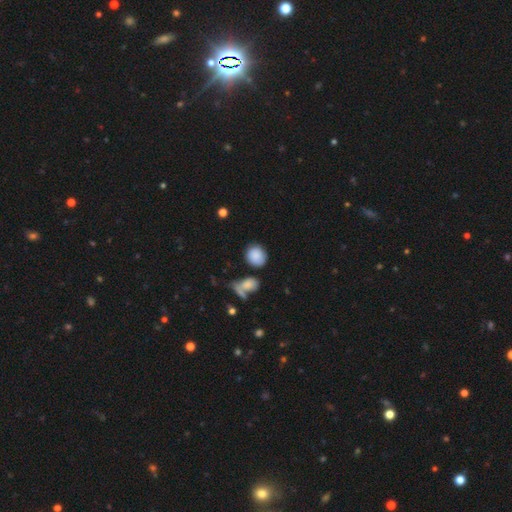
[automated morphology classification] Smooth or featured: smooth — 86% (star or artifact — 8%)
How rounded: round — 69% (in between — 30%)
Merging: none — 70% (minor disturbance — 15%)